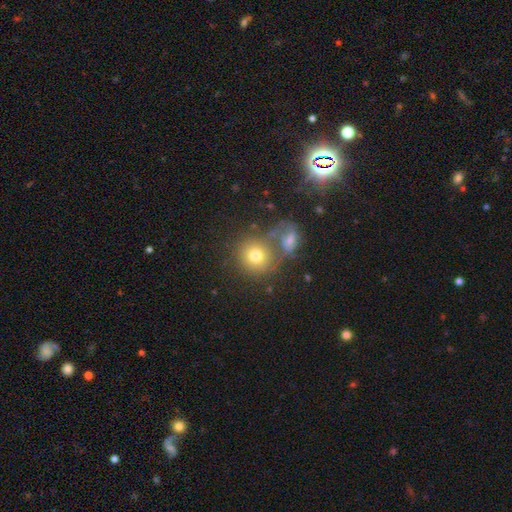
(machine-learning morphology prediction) Smooth or featured? smooth (74%)
How rounded? round (86%)
Merging? none (54%)